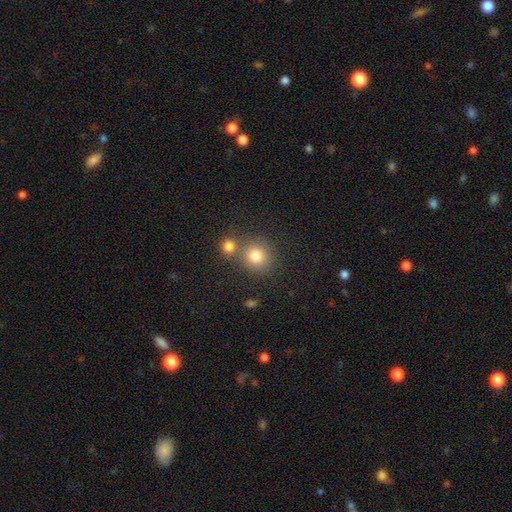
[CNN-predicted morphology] A smooth galaxy with no disk features (79%) that is round (89%).

Vote fractions:
- Smooth or featured? smooth: 79% / star or artifact: 13% / featured or disk: 8%
- How rounded? round: 89% / in between: 10% / cigar-shaped: 1%
- Merging? none: 62% / merger: 26% / minor disturbance: 8% / major disturbance: 3%